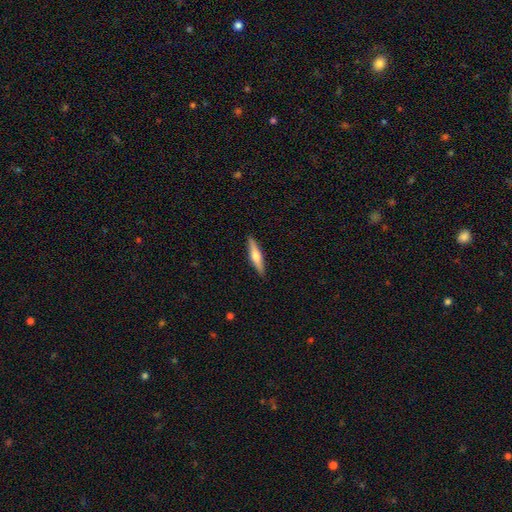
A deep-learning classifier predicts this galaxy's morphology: Smooth or featured: smooth — 47% (tied with featured or disk — 47%)
Merging: none — 90% (minor disturbance — 7%)